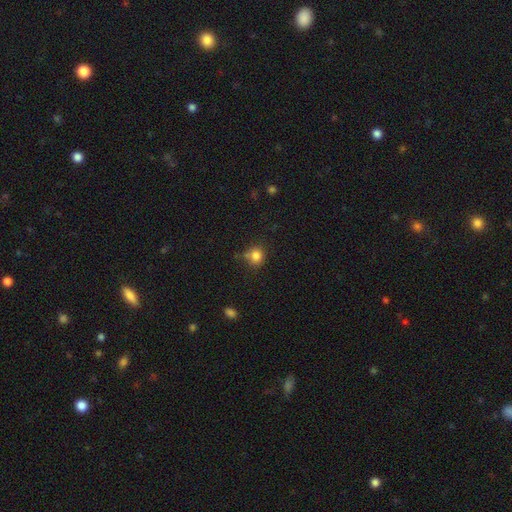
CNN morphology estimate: This is clearly a smooth galaxy (82%). How rounded: clearly round (80%). Merging: likely none (67%).